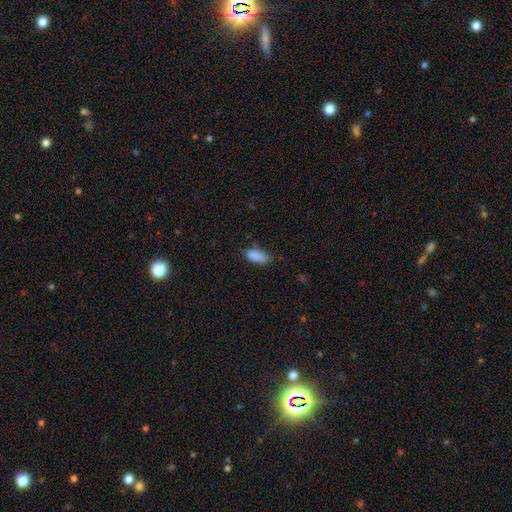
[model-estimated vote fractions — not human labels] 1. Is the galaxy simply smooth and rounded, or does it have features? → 87% smooth, 8% star or artifact, 5% featured or disk.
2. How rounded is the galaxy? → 85% in between, 13% cigar-shaped, 2% round.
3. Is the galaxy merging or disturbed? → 64% none, 28% minor disturbance, 6% major disturbance, 2% merger.